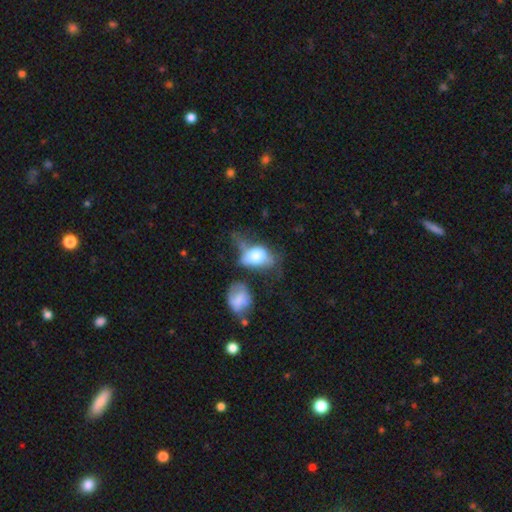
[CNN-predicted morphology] A smooth galaxy with no disk features (60%) that is in between round and cigar-shaped (82%). Merging: major disturbance (36%).